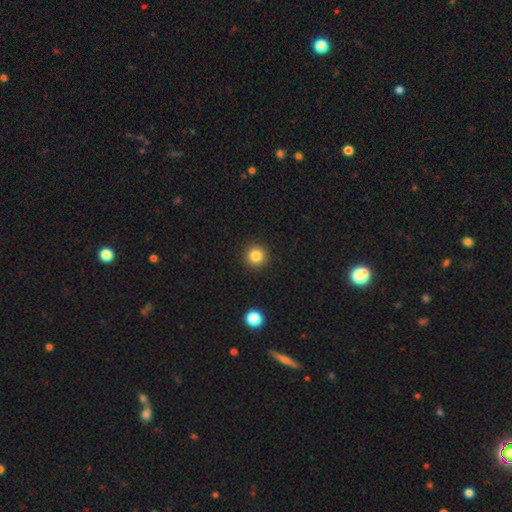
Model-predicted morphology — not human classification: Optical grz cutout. It shows a smooth galaxy with no disk features (84%) that is round (95%). Merging: none (92%).